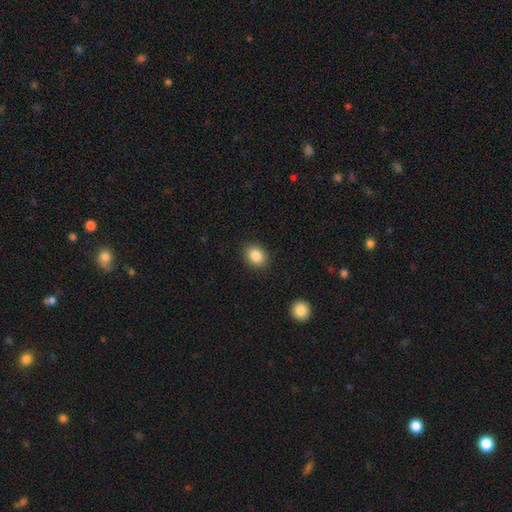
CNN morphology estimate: This appears to be a smooth galaxy with no disk features (86%) that is in between round and cigar-shaped (58%). Merging: none (89%).